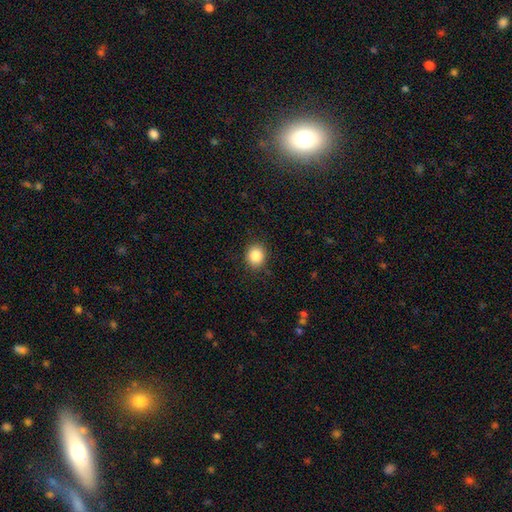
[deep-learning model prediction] Smooth or featured: smooth — 86% (star or artifact — 10%)
How rounded: round — 74% (in between — 25%)
Merging: none — 88% (minor disturbance — 9%)